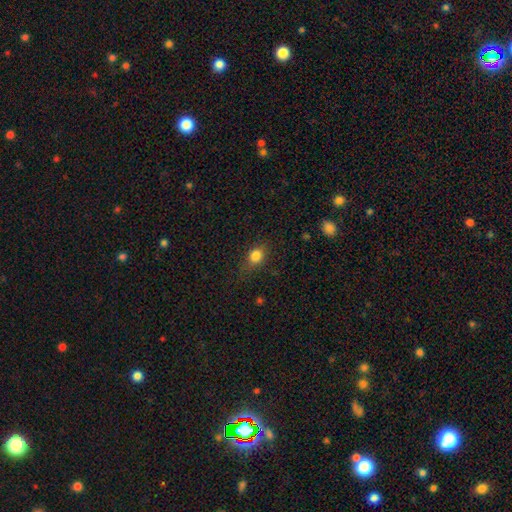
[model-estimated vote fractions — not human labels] A smooth galaxy with no disk features (81%) that is round (51%). Merging: none (74%).